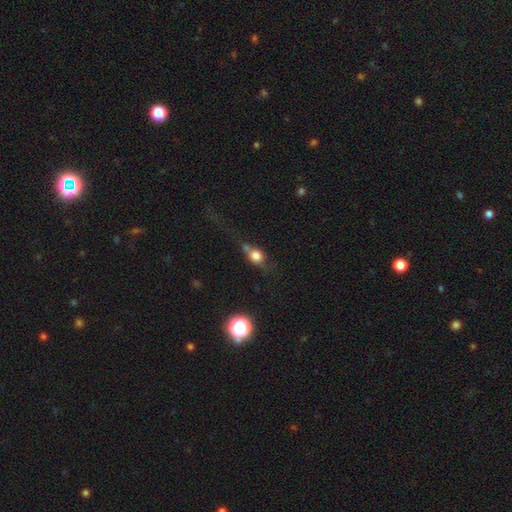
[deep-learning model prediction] Overall: smooth (66%). How rounded: round (54%; in between 39%). Merging: none (38%; major disturbance 25%).